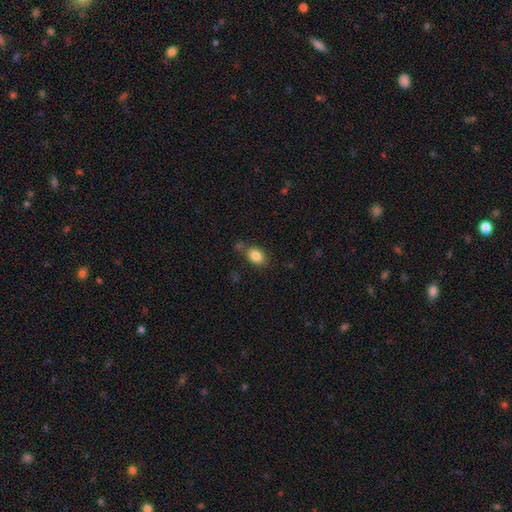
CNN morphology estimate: The model was most divided on "how rounded": in between: 77%, round: 22%, cigar-shaped: 1%. More confident: smooth or featured — smooth (85%); merging — none (73%).